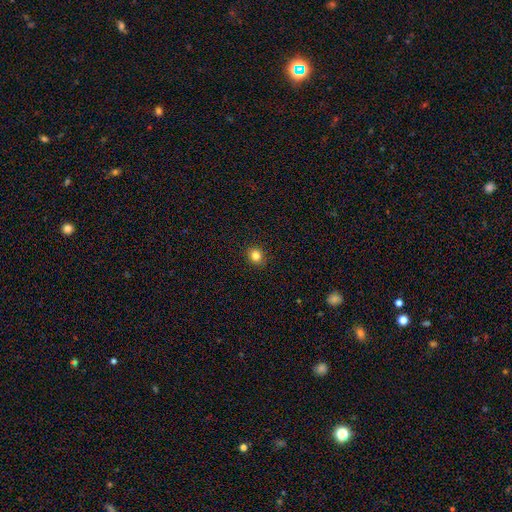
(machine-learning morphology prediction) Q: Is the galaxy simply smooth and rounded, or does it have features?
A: smooth — 82%.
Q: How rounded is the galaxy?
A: round — 79%.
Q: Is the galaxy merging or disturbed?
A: none — 91%.